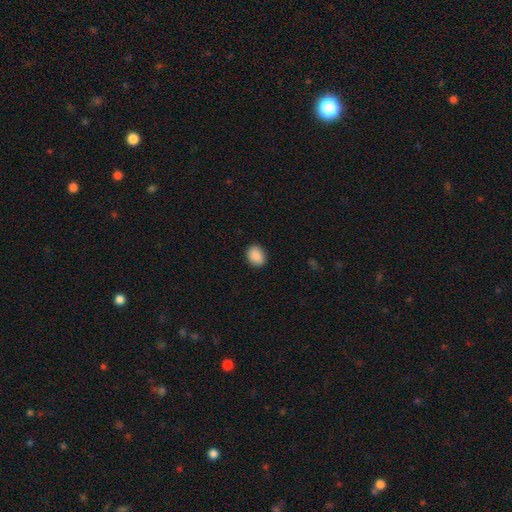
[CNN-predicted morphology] Q: Smooth or featured?
A: smooth (90%); runner-up: star or artifact (7%)
Q: How rounded?
A: in between (58%); runner-up: round (41%)
Q: Merging?
A: none (87%); runner-up: minor disturbance (9%)